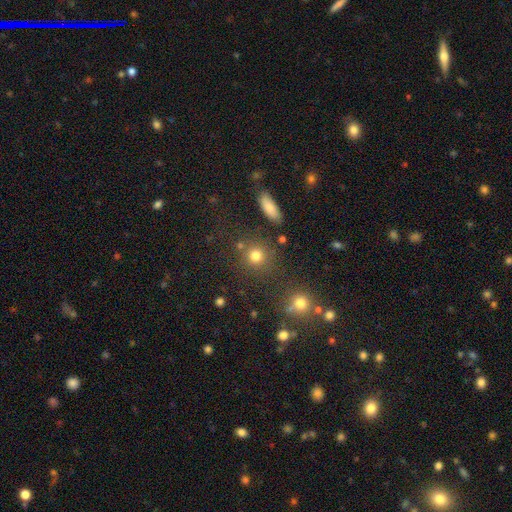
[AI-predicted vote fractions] Overall: smooth (76%). How rounded: round (88%). Merging: none (76%).